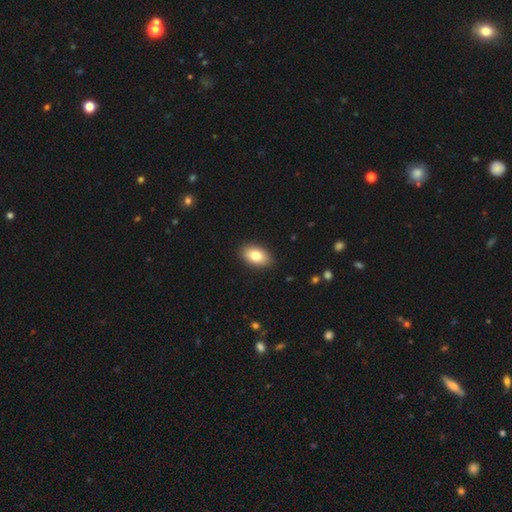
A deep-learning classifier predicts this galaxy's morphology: smooth_or_featured: smooth (p=0.80) [alt: featured or disk p=0.13]
how_rounded: in between (p=0.91) [alt: round p=0.07]
merging: none (p=0.89) [alt: minor disturbance p=0.08]